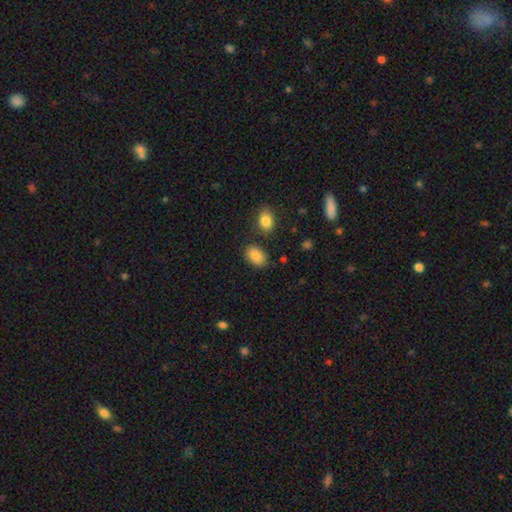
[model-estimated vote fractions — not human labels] This is clearly a smooth galaxy (86%). How rounded: clearly in between (82%). Merging: likely none (80%).